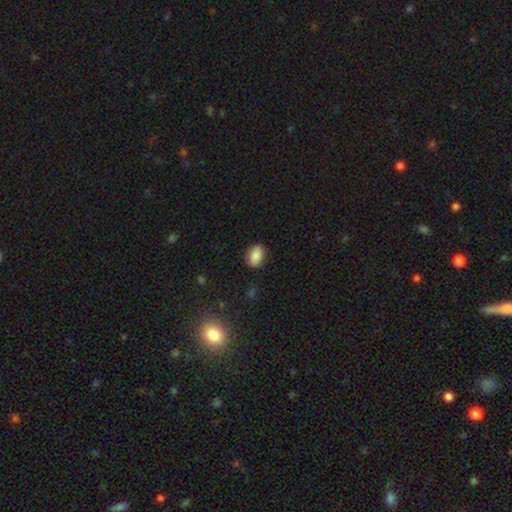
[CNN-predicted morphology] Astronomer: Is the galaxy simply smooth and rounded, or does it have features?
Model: smooth — 86%.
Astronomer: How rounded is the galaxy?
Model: in between — 83%.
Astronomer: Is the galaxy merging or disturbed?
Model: none — 86%.